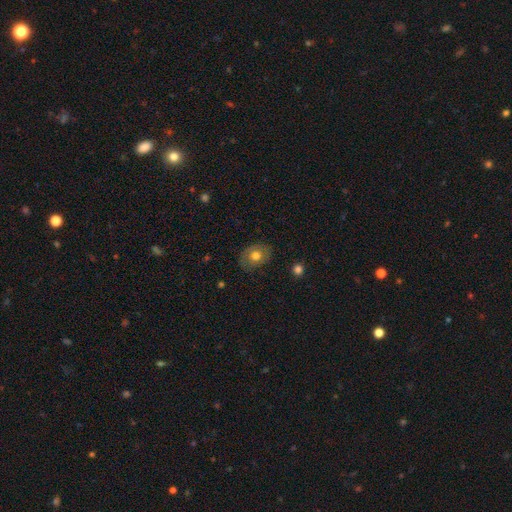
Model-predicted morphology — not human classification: type=smooth (65%); roundness=in between (61%); merging=none (80%).